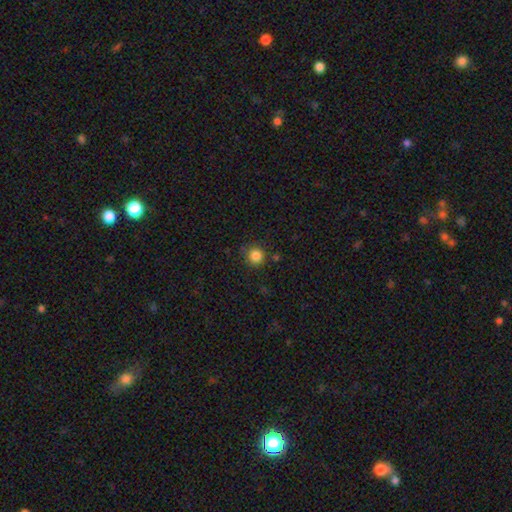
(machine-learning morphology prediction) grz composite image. It shows a smooth galaxy with no disk features (85%) that is round (93%). Merging: none (84%).